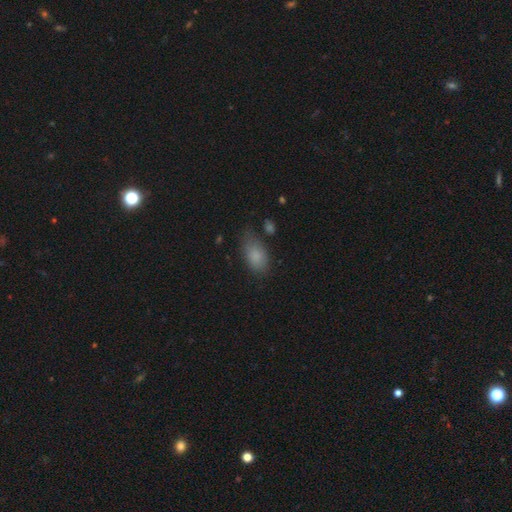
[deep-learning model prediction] Morphology: type=smooth (84%); roundness=in between (91%); merging=none (63%).